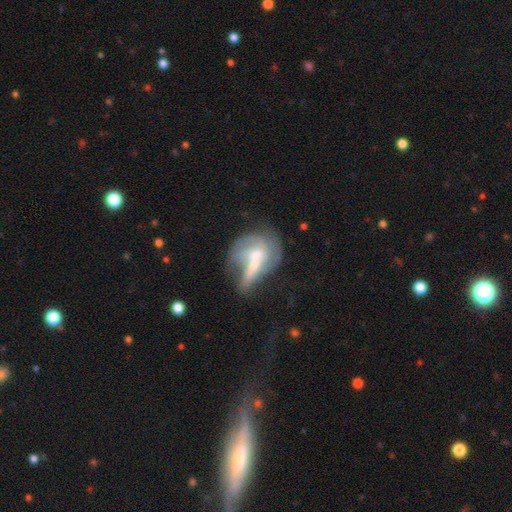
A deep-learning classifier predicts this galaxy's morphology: Smooth or featured?
  - featured or disk: 58% *
  - smooth: 33%
  - star or artifact: 9%
Edge-on disk?
  - no: 91% *
  - yes: 9%
Bar?
  - no: 58% *
  - weak: 27%
  - strong: 15%
Spiral arms?
  - no: 60% *
  - yes: 40%
Bulge size?
  - moderate: 42% *
  - small: 33%
  - none: 15%
  - large: 8%
  - dominant: 2%
Merging?
  - merger: 41% *
  - major disturbance: 23%
  - none: 22%
  - minor disturbance: 15%